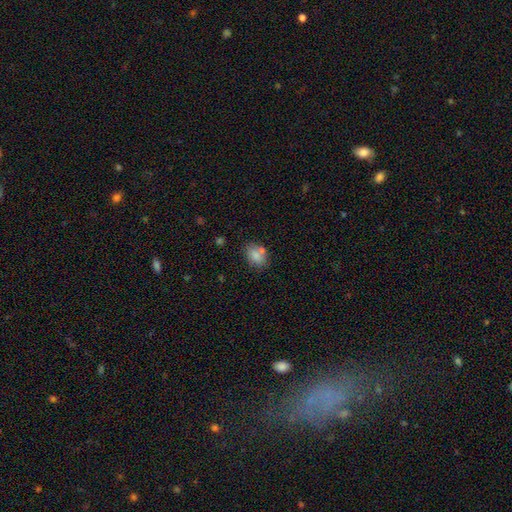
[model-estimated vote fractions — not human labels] A smooth galaxy with no disk features (81%) that is in between round and cigar-shaped (74%).

Vote fractions:
- Smooth or featured? smooth: 81% / featured or disk: 10% / star or artifact: 9%
- How rounded? in between: 74% / round: 25% / cigar-shaped: 1%
- Merging? none: 63% / minor disturbance: 16% / merger: 15% / major disturbance: 5%